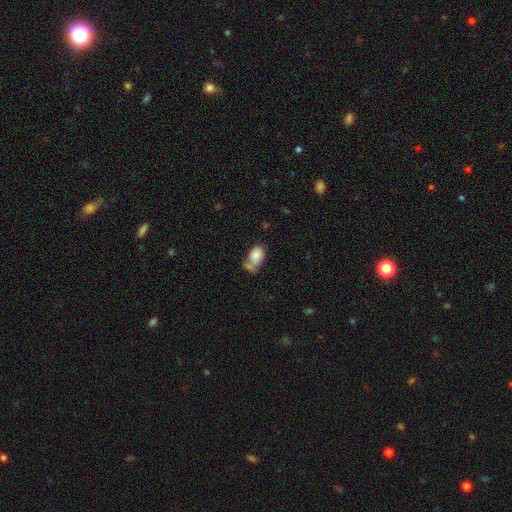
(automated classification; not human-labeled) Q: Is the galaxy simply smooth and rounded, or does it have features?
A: smooth — 78%.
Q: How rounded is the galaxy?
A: in between — 83%.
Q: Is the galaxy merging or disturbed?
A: merger — 38%.